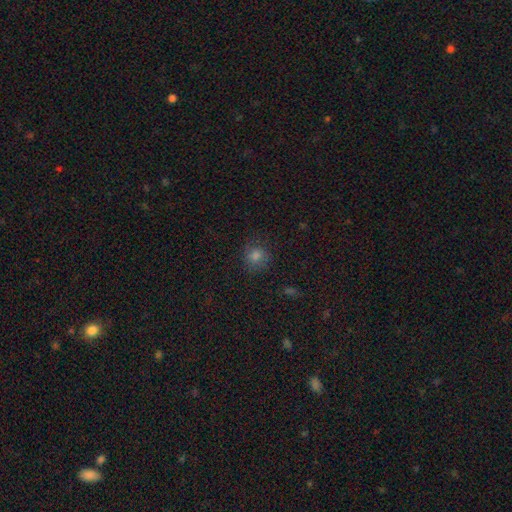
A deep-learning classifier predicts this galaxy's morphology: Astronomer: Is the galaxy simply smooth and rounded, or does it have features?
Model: smooth — 74%.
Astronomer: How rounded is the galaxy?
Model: round — 83%.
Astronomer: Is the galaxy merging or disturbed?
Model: none — 78%.